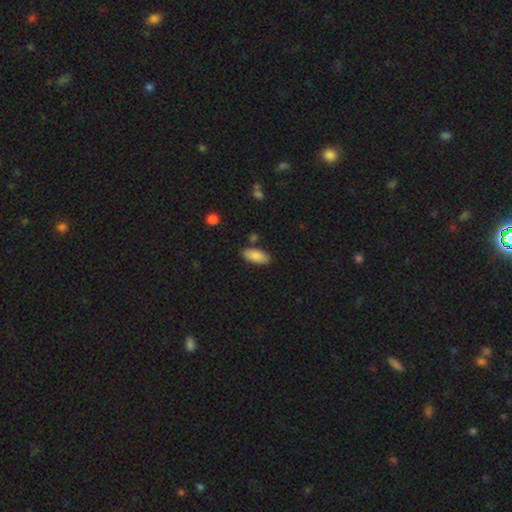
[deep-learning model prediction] A smooth galaxy with no disk features (86%) that is in between round and cigar-shaped (85%). Merging: none (81%).